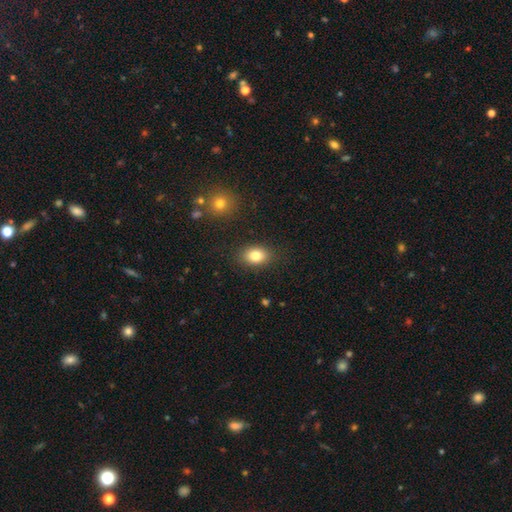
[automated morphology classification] This appears to be a smooth galaxy with no disk features (82%) that is in between round and cigar-shaped (76%). Merging: none (86%).